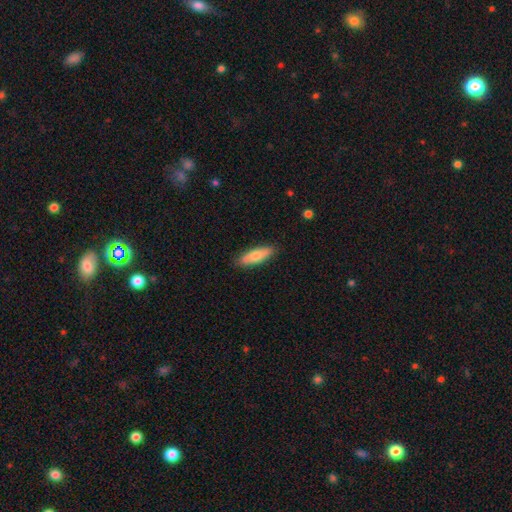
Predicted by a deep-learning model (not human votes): This is likely a smooth galaxy (73%). How rounded: possibly in between (59%). Merging: clearly none (87%).